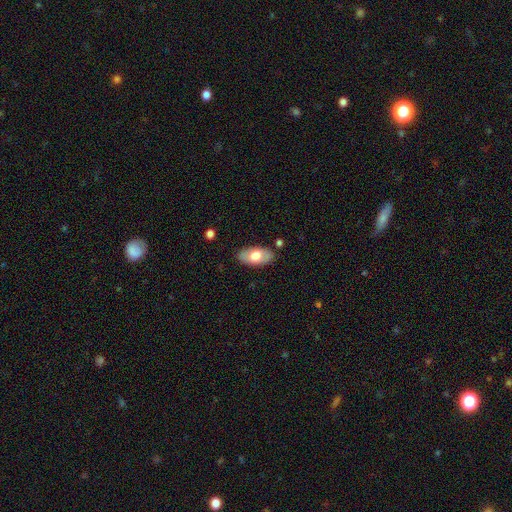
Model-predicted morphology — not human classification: Smooth or featured?
  - smooth: 66% *
  - featured or disk: 28%
  - star or artifact: 6%
How rounded?
  - in between: 94% *
  - round: 3%
  - cigar-shaped: 3%
Merging?
  - none: 84% *
  - minor disturbance: 12%
  - major disturbance: 3%
  - merger: 2%